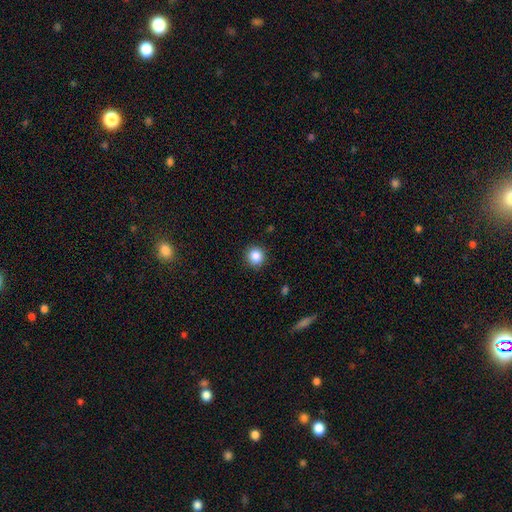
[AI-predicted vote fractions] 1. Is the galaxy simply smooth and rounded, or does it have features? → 86% smooth, 10% star or artifact, 4% featured or disk.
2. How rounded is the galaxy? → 92% round, 7% in between, 1% cigar-shaped.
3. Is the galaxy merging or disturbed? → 89% none, 7% minor disturbance, 2% major disturbance, 1% merger.